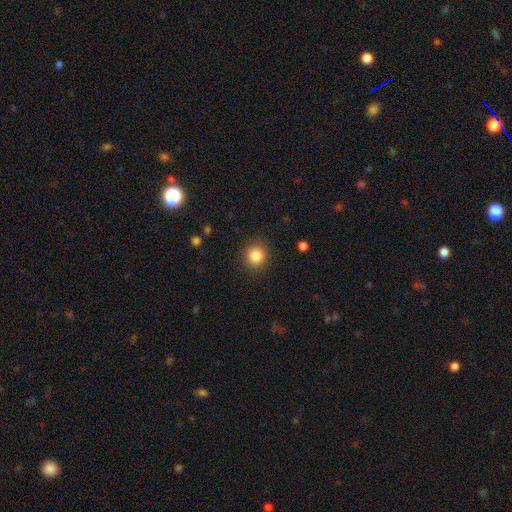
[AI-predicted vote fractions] Morphology: type=smooth (86%); roundness=round (91%); merging=none (89%).